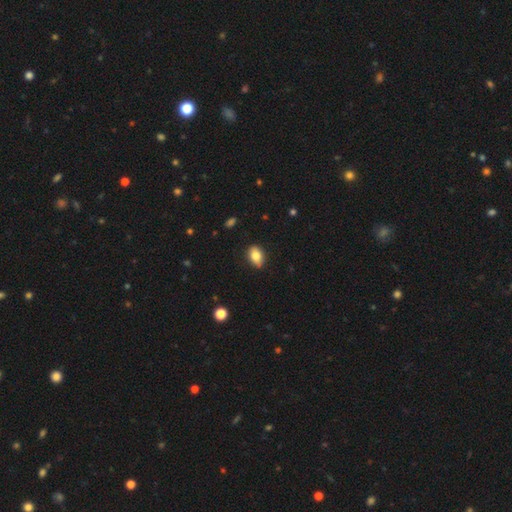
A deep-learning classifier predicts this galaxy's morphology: Overall: smooth (80%). How rounded: in between (82%). Merging: none (83%).